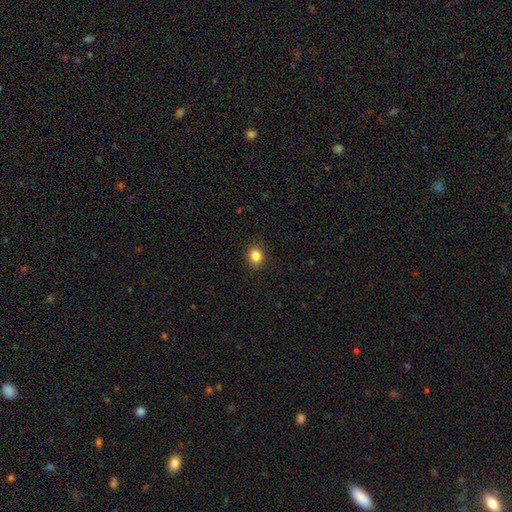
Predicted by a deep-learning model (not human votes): smooth_or_featured: smooth (p=0.85) [alt: star or artifact p=0.10]
how_rounded: round (p=0.58) [alt: in between p=0.41]
merging: none (p=0.89) [alt: minor disturbance p=0.08]